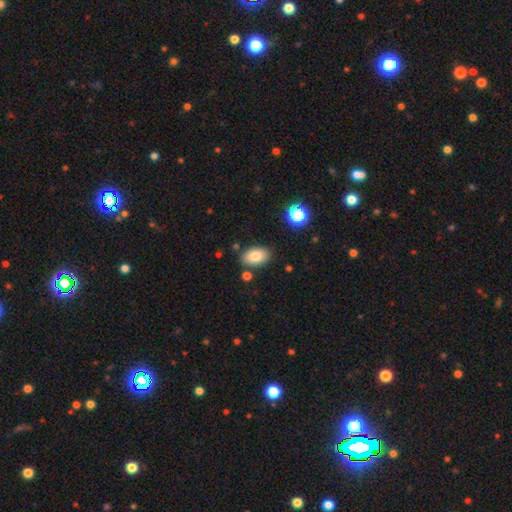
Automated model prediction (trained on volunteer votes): smooth-or-featured: smooth: 81% | featured or disk: 10% | star or artifact: 9%
  how-rounded: in between: 91% | round: 8% | cigar-shaped: 1%
  merging: none: 83% | minor disturbance: 10% | merger: 4% | major disturbance: 3%